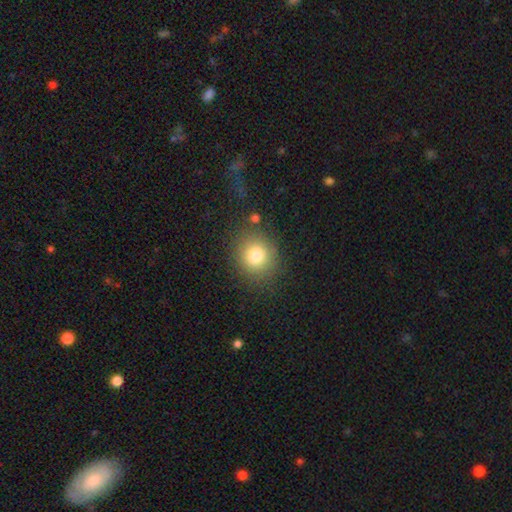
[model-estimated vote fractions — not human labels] Overall: smooth (78%). How rounded: round (79%). Merging: none (82%).